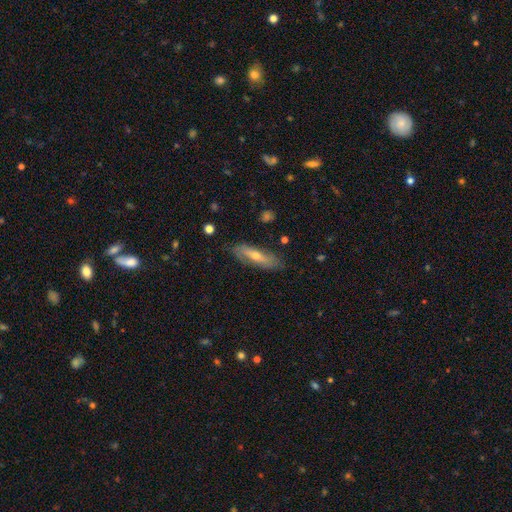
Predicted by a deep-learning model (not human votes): Q: Smooth or featured?
A: featured or disk (51%); runner-up: smooth (42%)
Q: Edge-on disk?
A: yes (51%); runner-up: no (49%)
Q: Merging?
A: none (80%); runner-up: minor disturbance (16%)